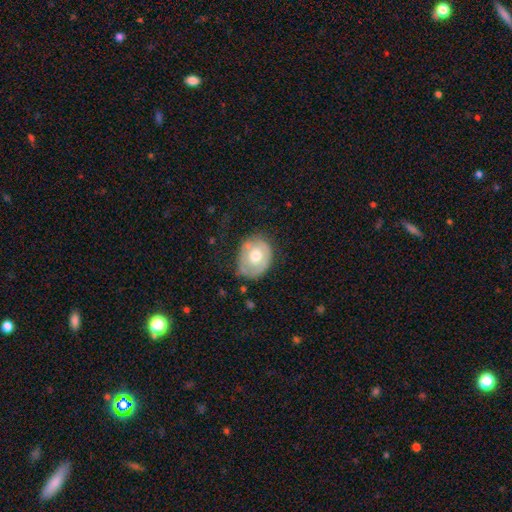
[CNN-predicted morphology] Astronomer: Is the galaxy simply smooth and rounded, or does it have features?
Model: smooth — 50% (runner-up: featured or disk, 44%).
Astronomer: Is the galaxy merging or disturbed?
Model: none — 59%.